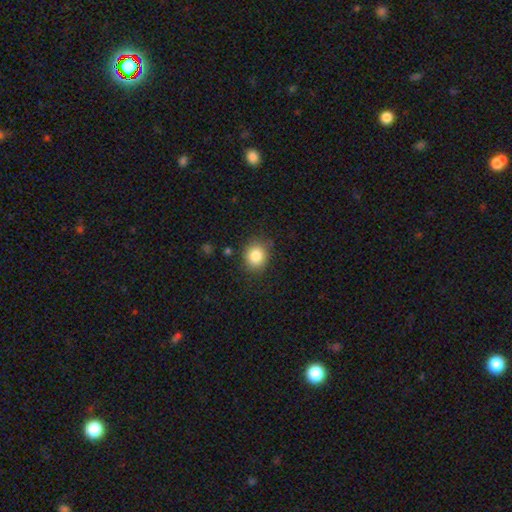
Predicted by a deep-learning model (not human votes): This appears to be a smooth galaxy with no disk features (85%) that is round (70%). Merging: none (82%).